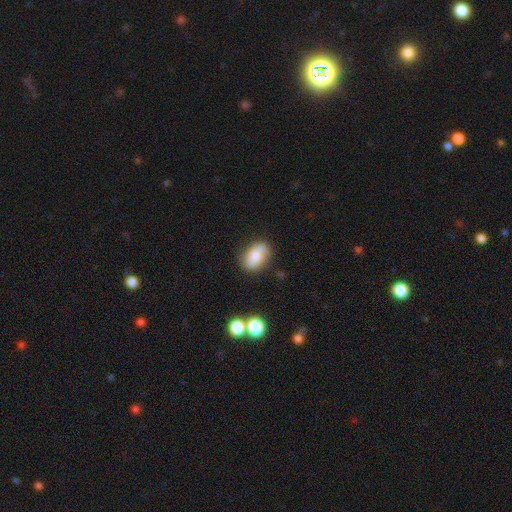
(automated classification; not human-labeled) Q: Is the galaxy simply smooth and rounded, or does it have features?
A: smooth — 71%.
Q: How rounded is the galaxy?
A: in between — 89%.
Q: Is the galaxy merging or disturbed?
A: none — 78%.